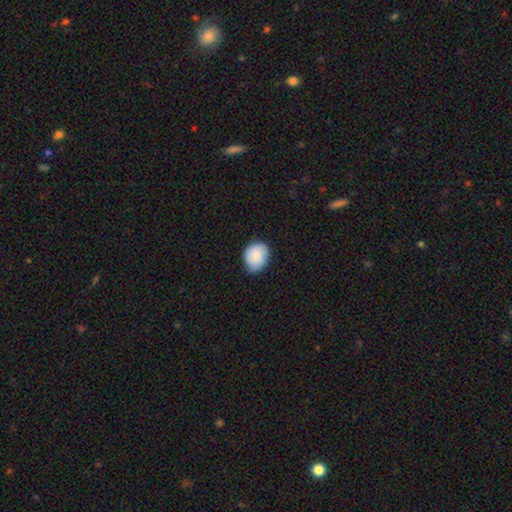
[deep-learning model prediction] Smooth or featured?
  - smooth: 83% *
  - featured or disk: 10%
  - star or artifact: 7%
How rounded?
  - round: 51% *
  - in between: 48%
  - cigar-shaped: 1%
Merging?
  - none: 66% *
  - minor disturbance: 29%
  - major disturbance: 4%
  - merger: 1%